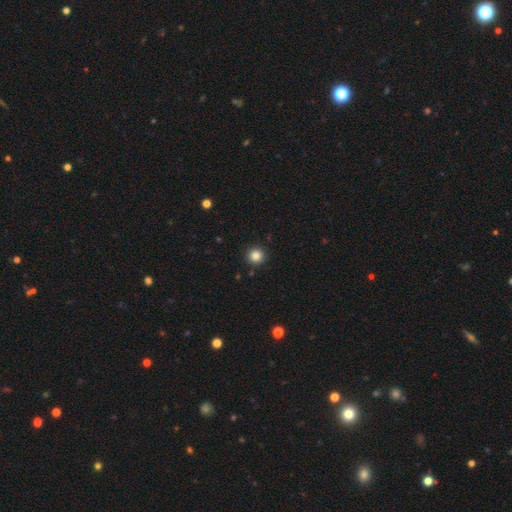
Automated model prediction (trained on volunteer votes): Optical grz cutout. It shows a smooth galaxy with no disk features (84%) that is round (96%). Merging: none (92%).